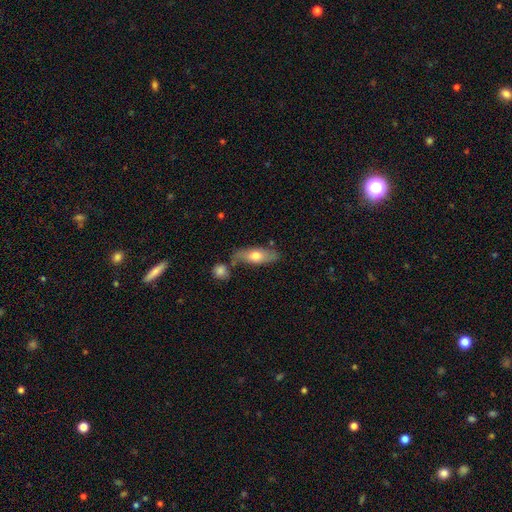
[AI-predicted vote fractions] Overall: smooth (59%; featured or disk 35%). How rounded: in between (65%; cigar-shaped 31%). Merging: none (67%).